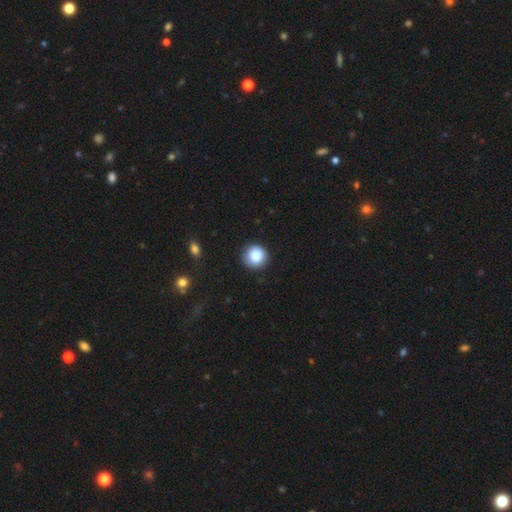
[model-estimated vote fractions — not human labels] Smooth or featured? Predicted: smooth (p=0.85). How rounded? Predicted: round (p=0.94). Merging? Predicted: none (p=0.87).